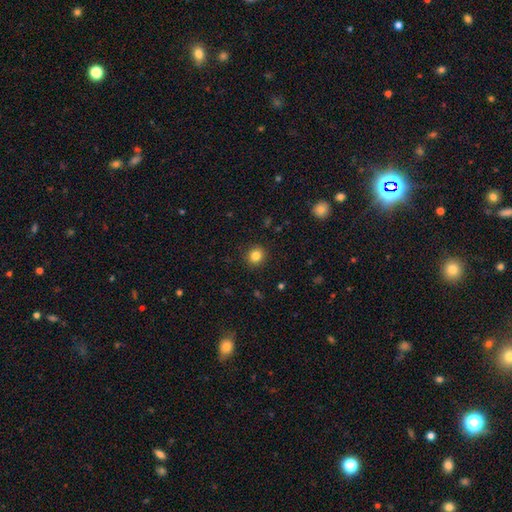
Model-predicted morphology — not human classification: Overall: smooth (84%). How rounded: round (89%). Merging: none (91%).